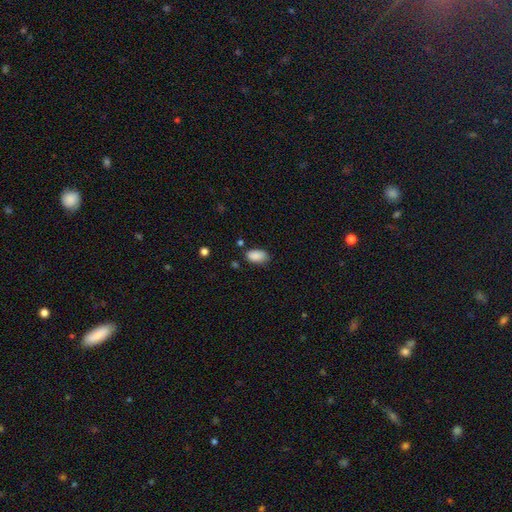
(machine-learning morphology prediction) The model was most divided on "merging": none: 76%, minor disturbance: 18%, major disturbance: 4%, merger: 3%. More confident: how rounded — in between (93%); smooth or featured — smooth (89%).